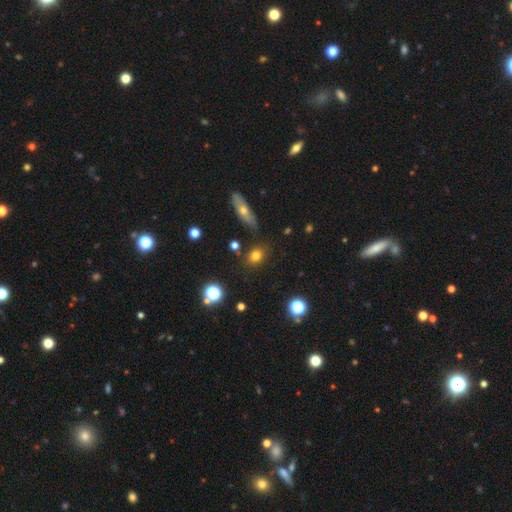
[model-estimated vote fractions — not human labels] This appears to be a smooth galaxy with no disk features (77%) that is in between round and cigar-shaped (50%). Merging: none (82%).